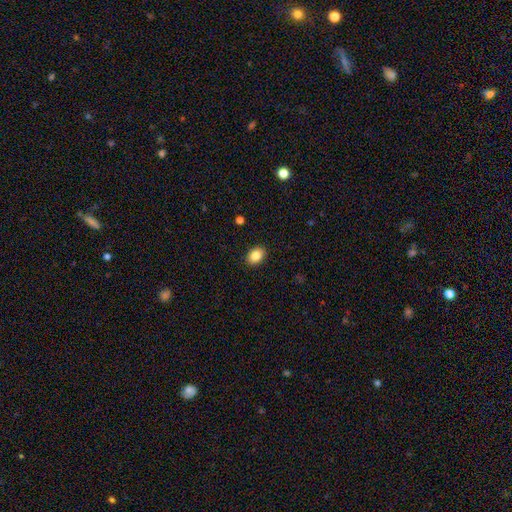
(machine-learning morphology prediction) Smooth or featured? smooth (86%)
How rounded? in between (75%)
Merging? none (90%)